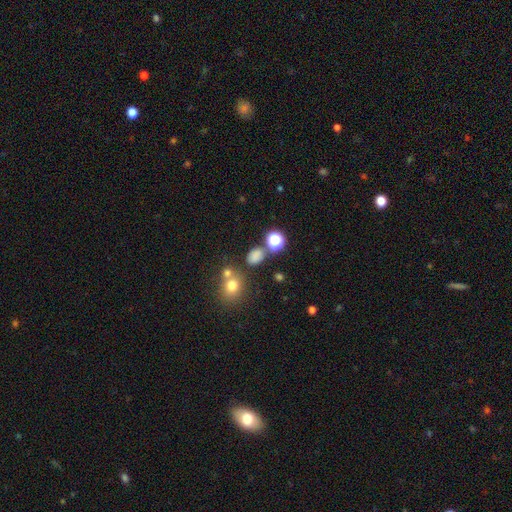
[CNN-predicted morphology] A smooth galaxy with no disk features (72%) that is in between round and cigar-shaped (59%).

Vote fractions:
- Smooth or featured? smooth: 72% / star or artifact: 22% / featured or disk: 6%
- How rounded? in between: 59% / round: 39% / cigar-shaped: 2%
- Merging? none: 70% / merger: 13% / minor disturbance: 12% / major disturbance: 5%